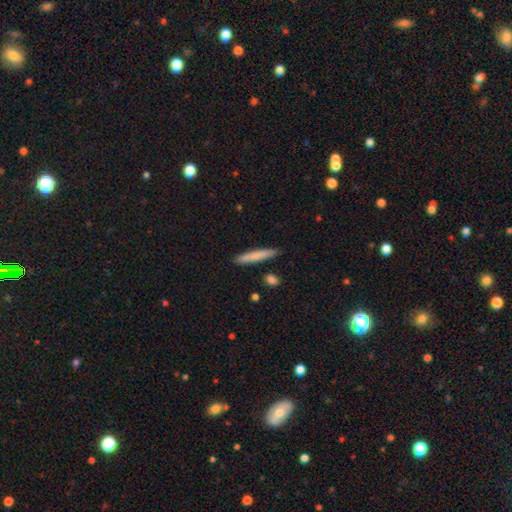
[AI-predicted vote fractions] A smooth galaxy with no disk features (77%) that is cigar-shaped (94%).

Vote fractions:
- Smooth or featured? smooth: 77% / featured or disk: 18% / star or artifact: 6%
- How rounded? cigar-shaped: 94% / in between: 4% / round: 1%
- Merging? none: 88% / minor disturbance: 9% / merger: 2% / major disturbance: 2%